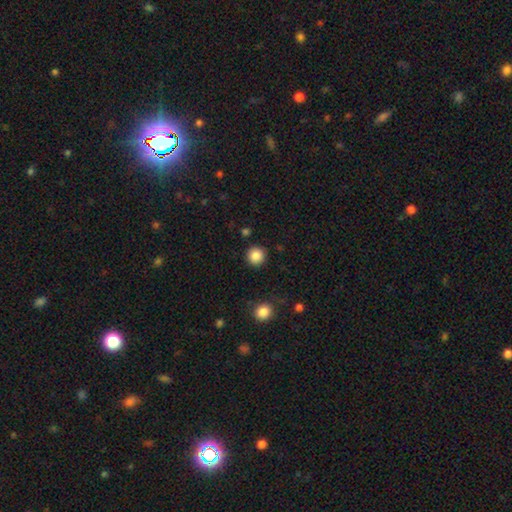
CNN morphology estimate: Overall: smooth (87%). How rounded: round (94%). Merging: none (91%).